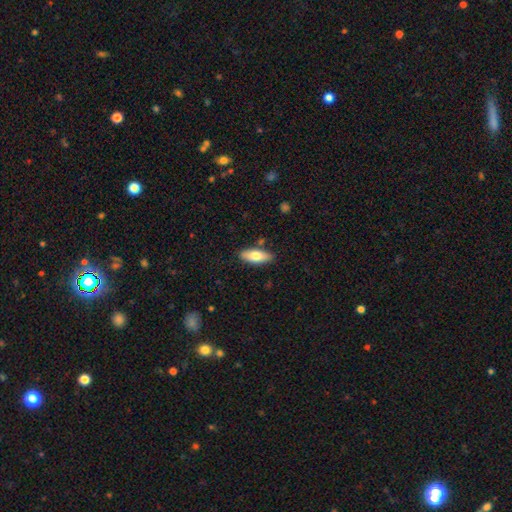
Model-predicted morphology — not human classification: A smooth galaxy with no disk features (72%) that is in between round and cigar-shaped (76%). Merging: none (84%).